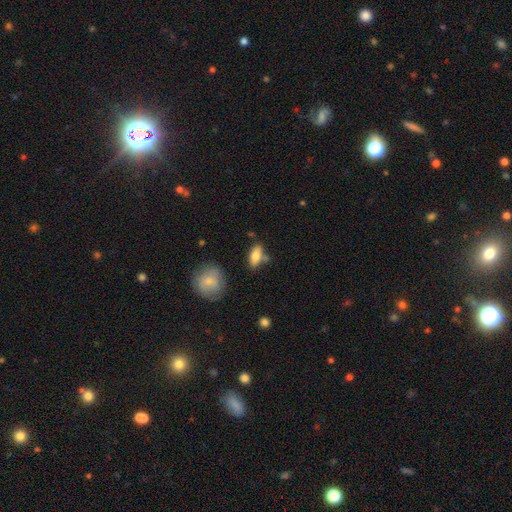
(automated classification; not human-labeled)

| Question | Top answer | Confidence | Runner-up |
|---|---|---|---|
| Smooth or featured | smooth | 78% | featured or disk (15%) |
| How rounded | in between | 85% | cigar-shaped (10%) |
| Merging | none | 66% | minor disturbance (17%) |